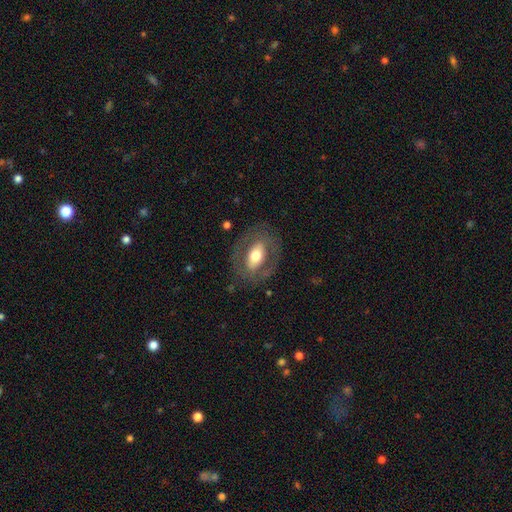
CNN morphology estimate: Smooth or featured? Predicted: featured or disk (p=0.51). Edge-on disk? Predicted: no (p=0.88). Merging? Predicted: none (p=0.77).